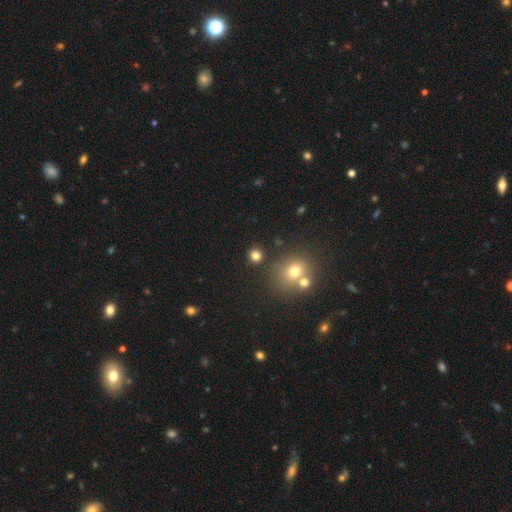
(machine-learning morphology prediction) Smooth or featured: smooth — 78% (star or artifact — 16%)
How rounded: round — 88% (in between — 11%)
Merging: none — 81% (merger — 9%)